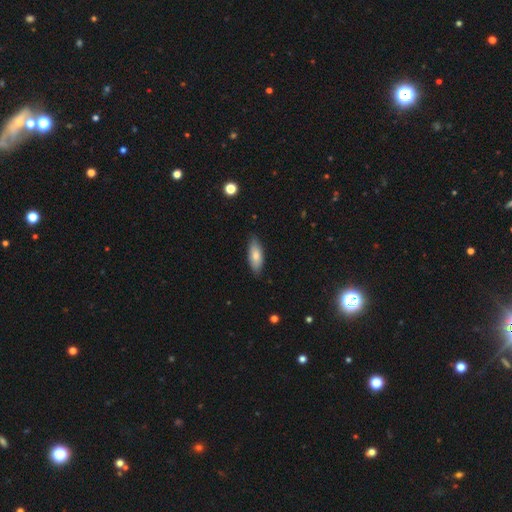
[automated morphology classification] Smooth or featured: smooth — 77% (featured or disk — 16%)
How rounded: in between — 75% (cigar-shaped — 23%)
Merging: none — 82% (minor disturbance — 15%)